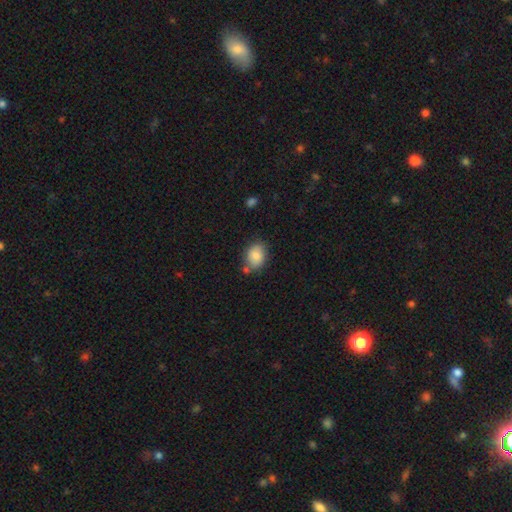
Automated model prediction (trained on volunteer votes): Q: Smooth or featured?
A: smooth (85%); runner-up: star or artifact (8%)
Q: How rounded?
A: in between (64%); runner-up: round (35%)
Q: Merging?
A: none (70%); runner-up: minor disturbance (17%)